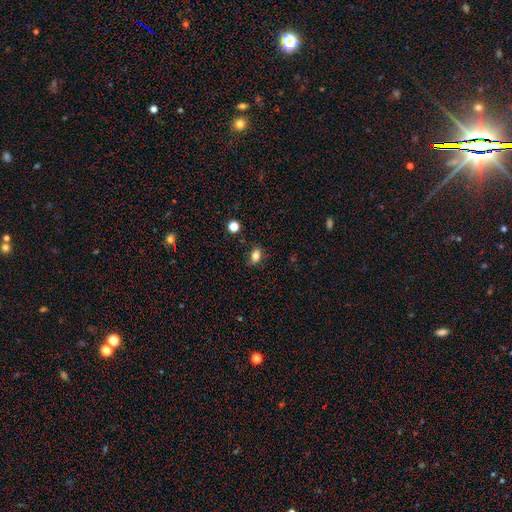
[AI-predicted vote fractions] The model was most divided on "merging": none: 74%, minor disturbance: 20%, major disturbance: 4%, merger: 2%. More confident: how rounded — in between (78%); smooth or featured — smooth (78%).